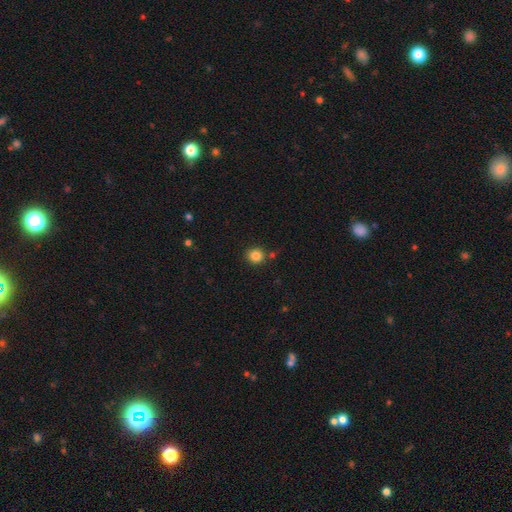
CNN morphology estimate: A smooth galaxy with no disk features (84%) that is round (89%). Merging: none (83%).